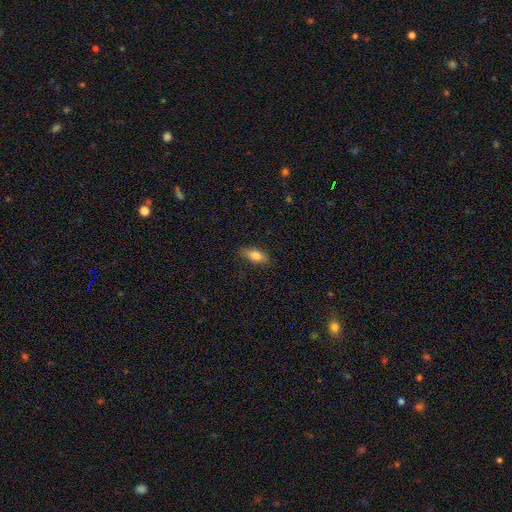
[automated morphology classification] Q: Smooth or featured?
A: smooth (76%); runner-up: featured or disk (17%)
Q: How rounded?
A: in between (73%); runner-up: cigar-shaped (23%)
Q: Merging?
A: none (83%); runner-up: minor disturbance (13%)